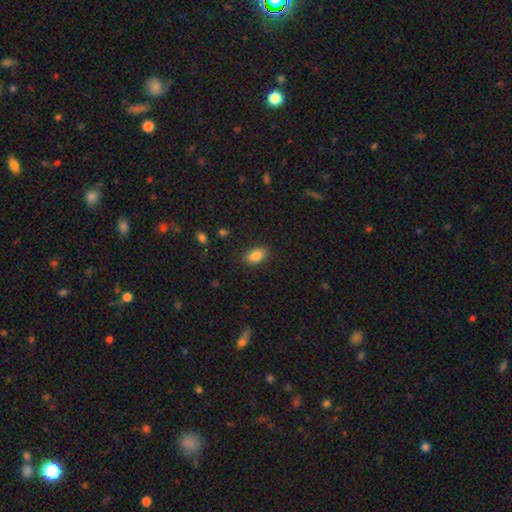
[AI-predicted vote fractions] Smooth or featured? smooth (85%)
How rounded? in between (89%)
Merging? none (85%)